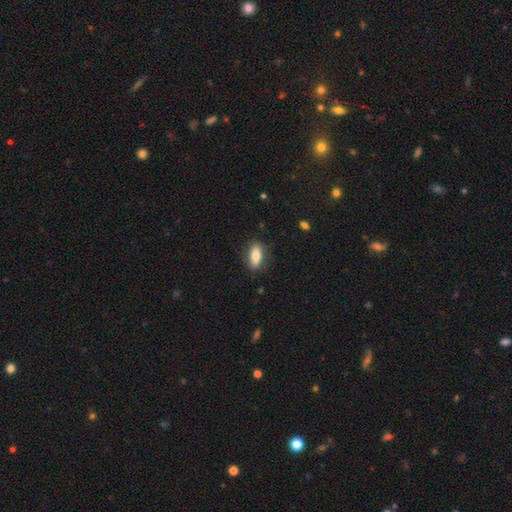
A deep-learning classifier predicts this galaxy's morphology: The model was most divided on "smooth or featured": smooth: 77%, featured or disk: 17%, star or artifact: 7%. More confident: how rounded — in between (84%); merging — none (81%).